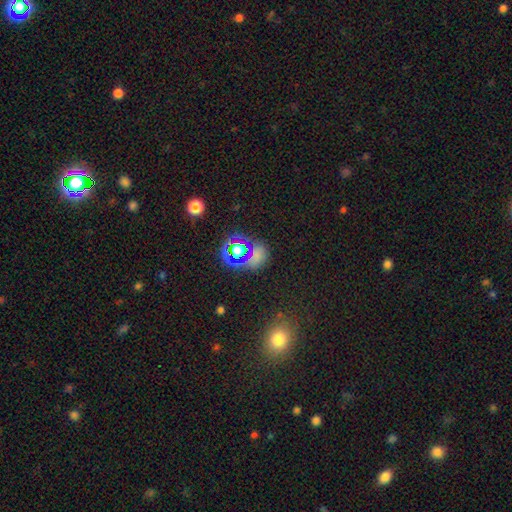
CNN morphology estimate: star or artifact 49%, smooth 42%, featured or disk 9%.